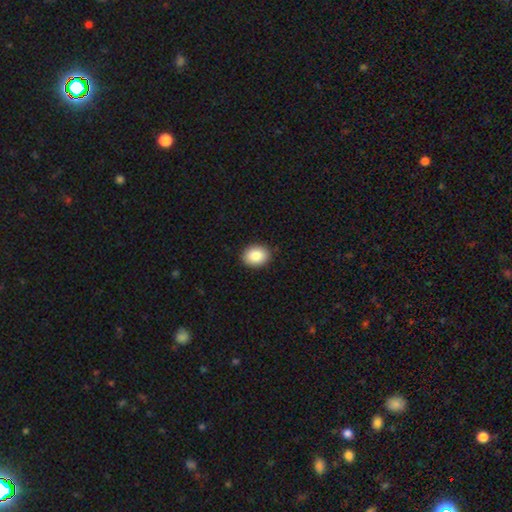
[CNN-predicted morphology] A smooth galaxy with no disk features (87%) that is in between round and cigar-shaped (60%). Merging: none (90%).